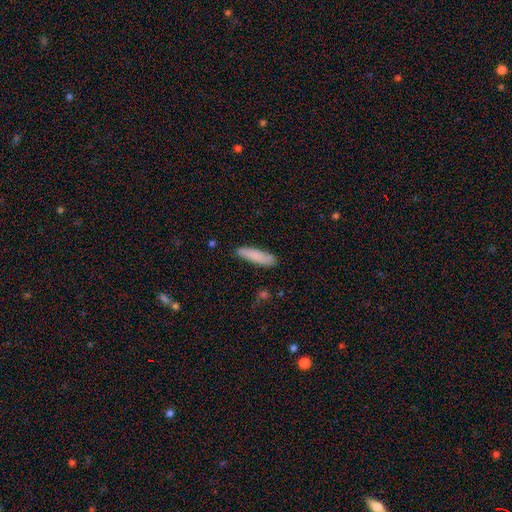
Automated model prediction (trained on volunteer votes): Overall: smooth (84%). How rounded: cigar-shaped (73%). Merging: none (83%).